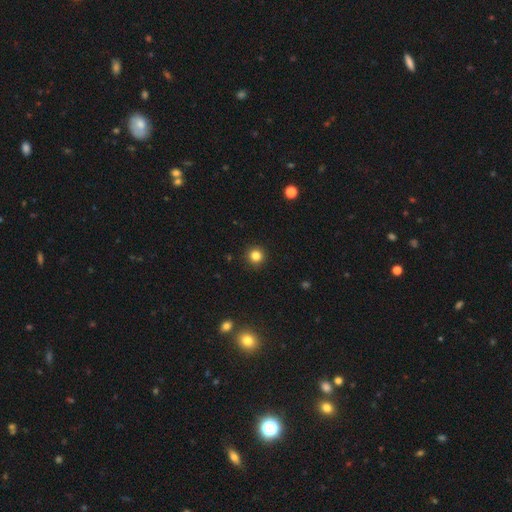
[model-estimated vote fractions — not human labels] Smooth or featured?
  - smooth: 83% *
  - star or artifact: 13%
  - featured or disk: 5%
How rounded?
  - round: 95% *
  - in between: 4%
  - cigar-shaped: 1%
Merging?
  - none: 93% *
  - minor disturbance: 4%
  - major disturbance: 2%
  - merger: 1%